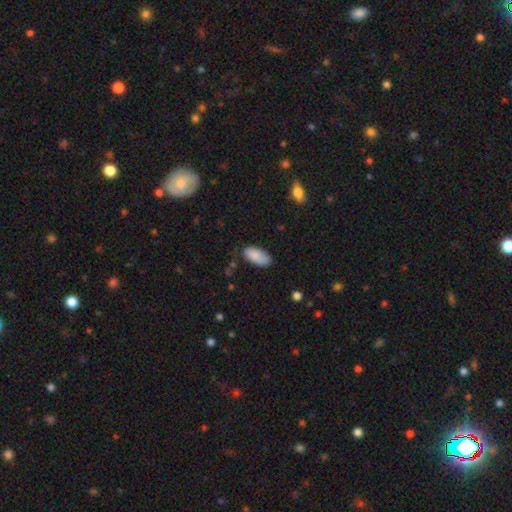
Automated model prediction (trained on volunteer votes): smooth-or-featured: smooth: 87% | star or artifact: 6% | featured or disk: 6%
  how-rounded: in between: 93% | cigar-shaped: 5% | round: 2%
  merging: none: 72% | minor disturbance: 22% | major disturbance: 4% | merger: 2%